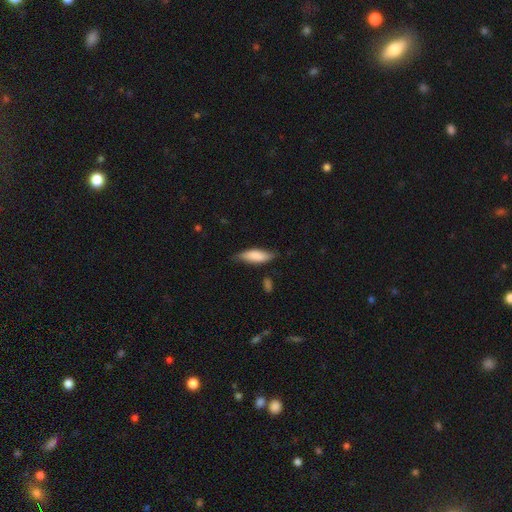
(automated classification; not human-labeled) smooth-or-featured: smooth: 78% | featured or disk: 16% | star or artifact: 6%
  how-rounded: in between: 57% | cigar-shaped: 41% | round: 2%
  merging: none: 68% | minor disturbance: 25% | major disturbance: 5% | merger: 2%